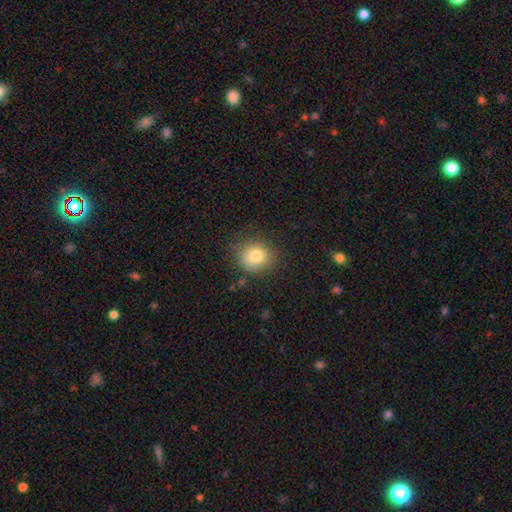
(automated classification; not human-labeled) Morphology: type=smooth (80%); roundness=round (80%); merging=none (78%).